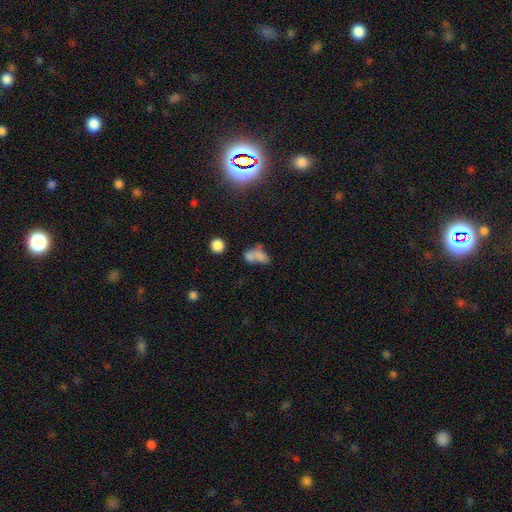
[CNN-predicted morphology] This is likely a smooth galaxy (66%). How rounded: likely in between (78%). Merging: possibly merger (52%).